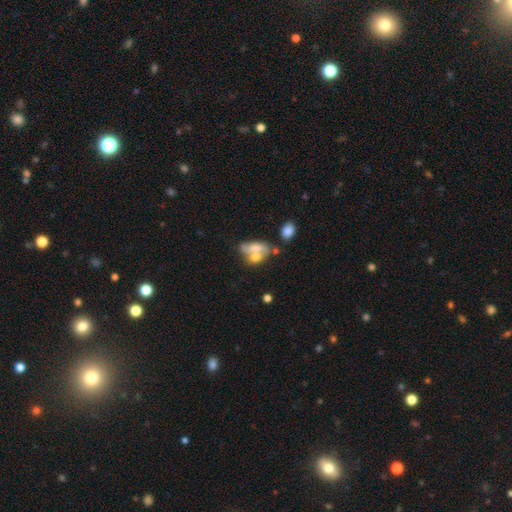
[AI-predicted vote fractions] A smooth galaxy with no disk features (56%) that is in between round and cigar-shaped (81%).

Vote fractions:
- Smooth or featured? smooth: 56% / featured or disk: 34% / star or artifact: 11%
- How rounded? in between: 81% / round: 12% / cigar-shaped: 7%
- Merging? merger: 53% / none: 24% / minor disturbance: 12% / major disturbance: 10%